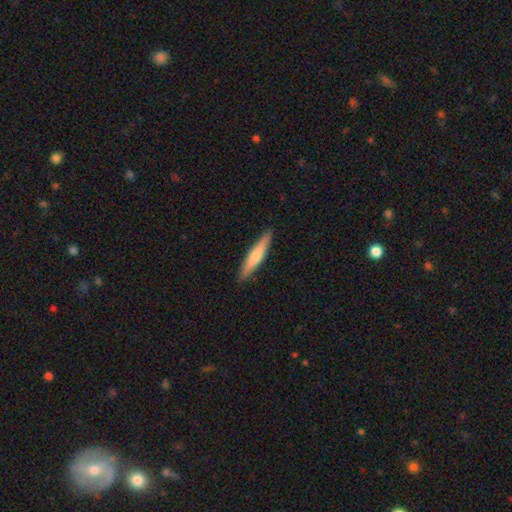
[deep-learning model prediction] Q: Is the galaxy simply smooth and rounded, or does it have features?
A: smooth — 62%.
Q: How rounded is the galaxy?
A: cigar-shaped — 89%.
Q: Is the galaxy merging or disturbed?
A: none — 89%.